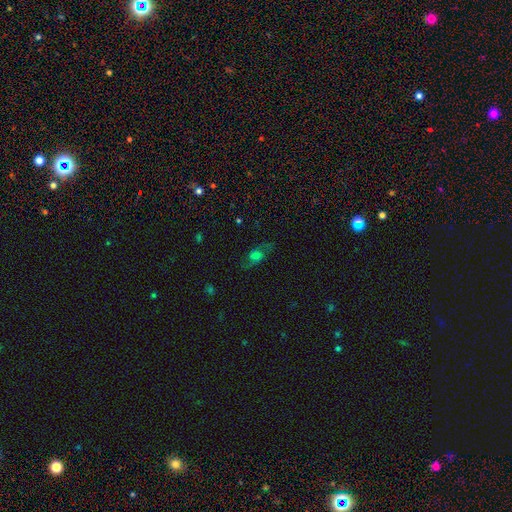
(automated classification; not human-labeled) This appears to be a featured or disk galaxy (45%). Merging: none (67%).